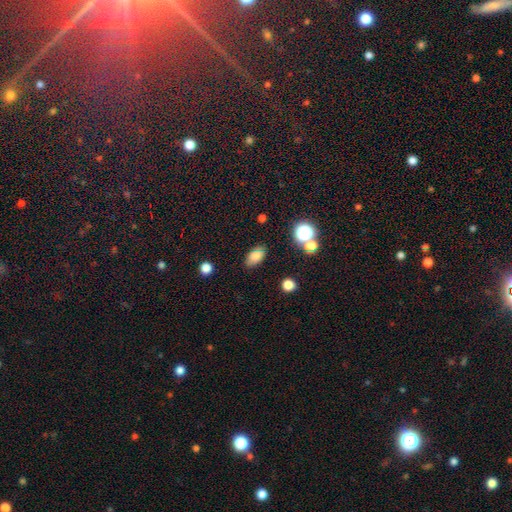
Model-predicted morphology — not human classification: smooth 78%, star or artifact 13%, featured or disk 10%. Down the decision tree: how rounded — in between (89%); merging — none (81%).